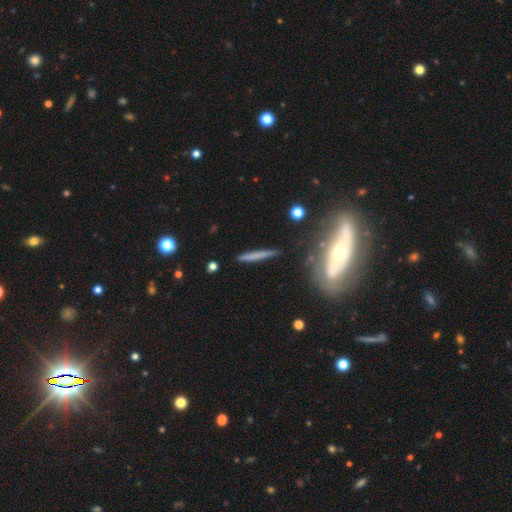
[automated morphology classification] This is possibly a smooth galaxy (58%). How rounded: clearly cigar-shaped (94%). Merging: clearly none (86%).